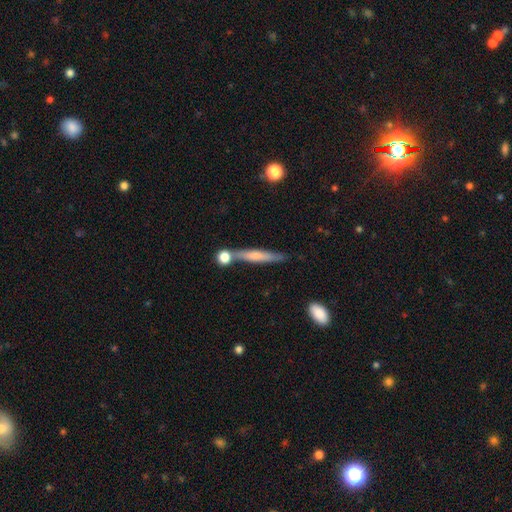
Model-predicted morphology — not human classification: A smooth galaxy with no disk features (53%) that is cigar-shaped (90%).

Vote fractions:
- Smooth or featured? smooth: 53% / featured or disk: 40% / star or artifact: 6%
- How rounded? cigar-shaped: 90% / in between: 7% / round: 2%
- Merging? none: 66% / merger: 17% / minor disturbance: 13% / major disturbance: 4%